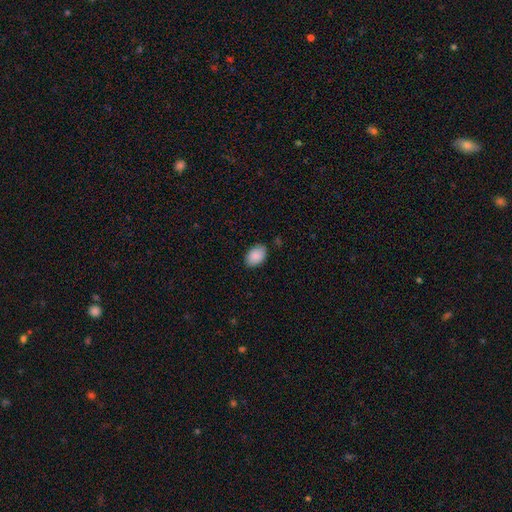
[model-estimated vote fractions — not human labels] The model was most divided on "merging": none: 83%, minor disturbance: 13%, major disturbance: 2%, merger: 1%. More confident: smooth or featured — smooth (89%); how rounded — in between (87%).